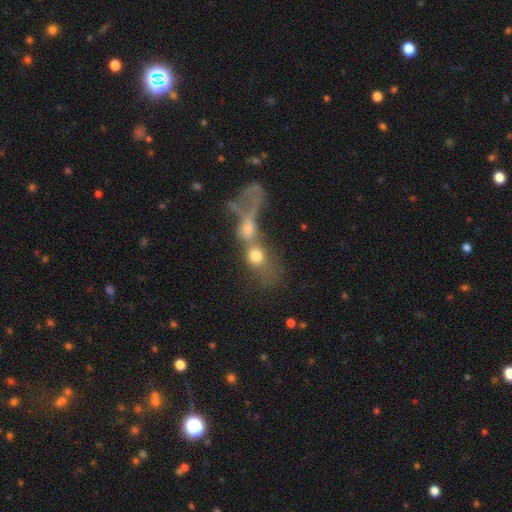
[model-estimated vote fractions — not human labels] A smooth galaxy with no disk features (61%) that is round (49%). Merging: merger (73%).